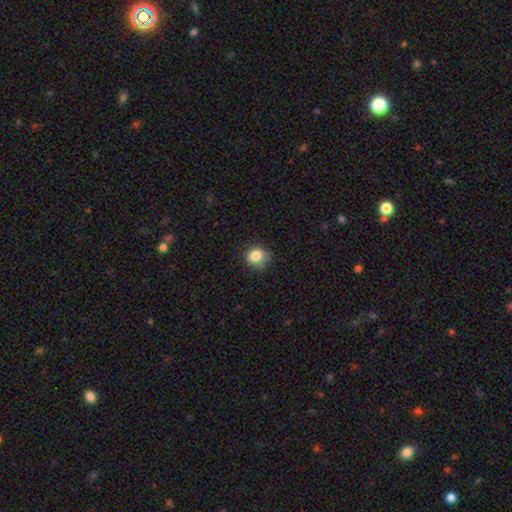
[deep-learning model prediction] Smooth or featured? smooth (84%)
How rounded? round (74%)
Merging? none (71%)